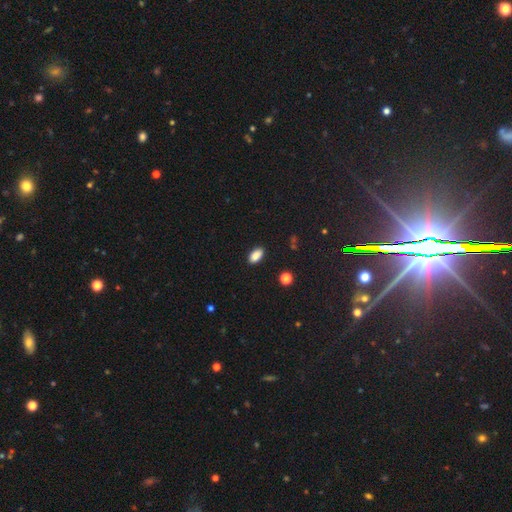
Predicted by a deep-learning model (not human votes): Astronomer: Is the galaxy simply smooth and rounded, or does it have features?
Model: smooth — 88%.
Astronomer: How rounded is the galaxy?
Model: in between — 91%.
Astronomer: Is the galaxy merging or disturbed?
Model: none — 88%.